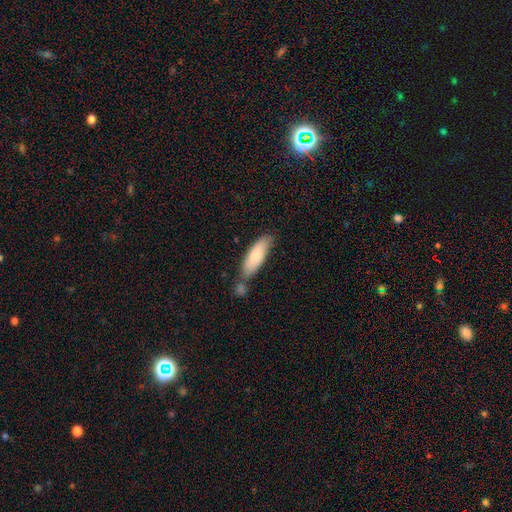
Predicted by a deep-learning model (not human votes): This is clearly a smooth galaxy (81%). How rounded: possibly in between (53%). Merging: possibly none (56%).